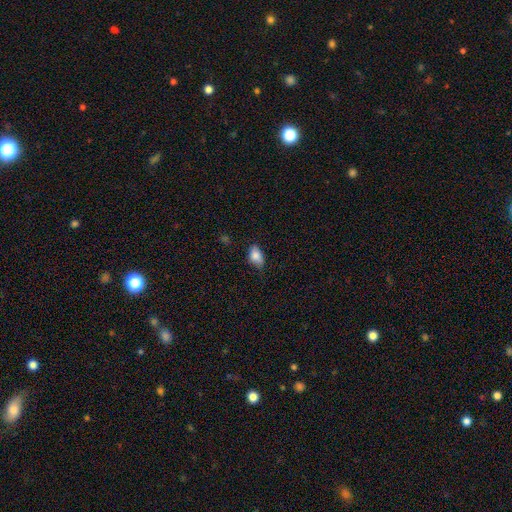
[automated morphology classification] Smooth or featured? Predicted: smooth (p=0.83). How rounded? Predicted: in between (p=0.86). Merging? Predicted: none (p=0.62).